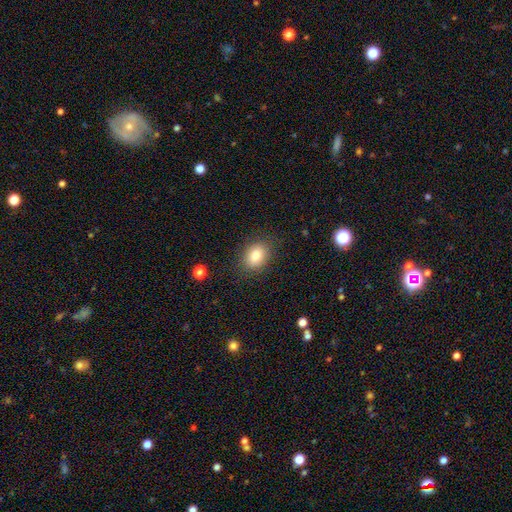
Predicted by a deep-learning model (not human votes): A smooth galaxy with no disk features (82%) that is in between round and cigar-shaped (63%).

Vote fractions:
- Smooth or featured? smooth: 82% / star or artifact: 9% / featured or disk: 9%
- How rounded? in between: 63% / round: 36% / cigar-shaped: 1%
- Merging? none: 84% / minor disturbance: 11% / major disturbance: 4% / merger: 1%